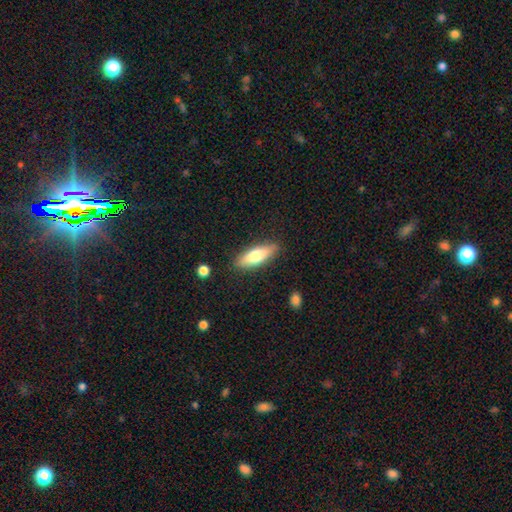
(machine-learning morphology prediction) smooth_or_featured: smooth (p=0.69) [alt: featured or disk p=0.25]
how_rounded: in between (p=0.50) [alt: cigar-shaped p=0.48]
merging: none (p=0.85) [alt: minor disturbance p=0.11]